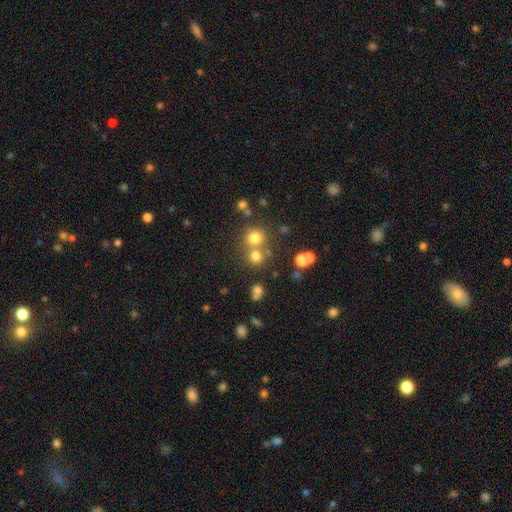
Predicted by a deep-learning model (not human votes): A smooth galaxy with no disk features (72%) that is round (88%). Merging: none (58%).